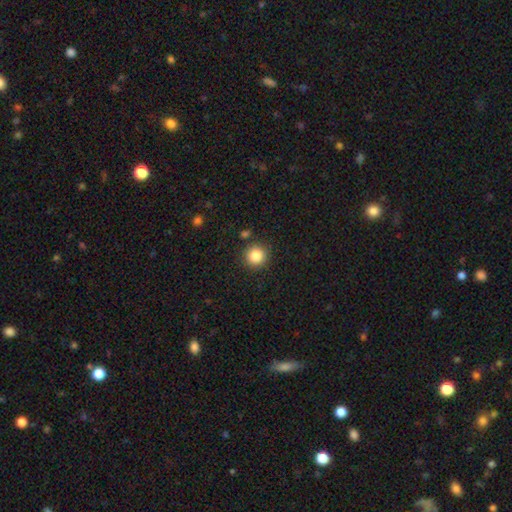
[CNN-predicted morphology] A smooth galaxy with no disk features (85%) that is round (94%).

Vote fractions:
- Smooth or featured? smooth: 85% / star or artifact: 10% / featured or disk: 5%
- How rounded? round: 94% / in between: 5% / cigar-shaped: 1%
- Merging? none: 88% / minor disturbance: 6% / merger: 3% / major disturbance: 2%